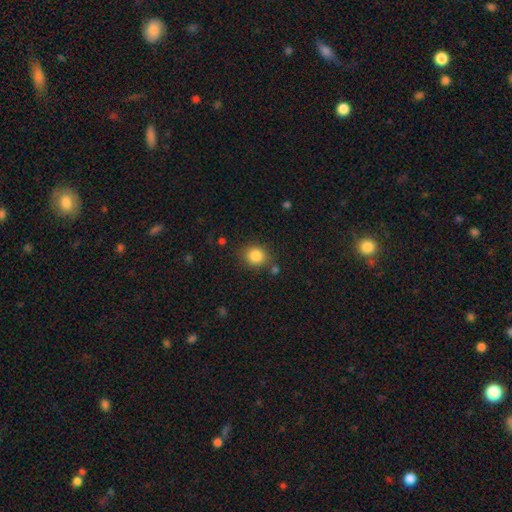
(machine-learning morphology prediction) This is clearly a smooth galaxy (85%). How rounded: likely round (78%). Merging: clearly none (81%).